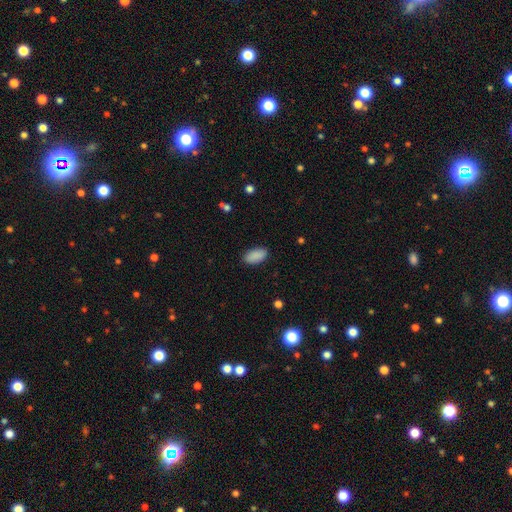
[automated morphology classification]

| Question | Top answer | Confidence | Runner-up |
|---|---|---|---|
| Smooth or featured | smooth | 90% | star or artifact (7%) |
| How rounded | in between | 94% | cigar-shaped (3%) |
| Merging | none | 87% | minor disturbance (10%) |